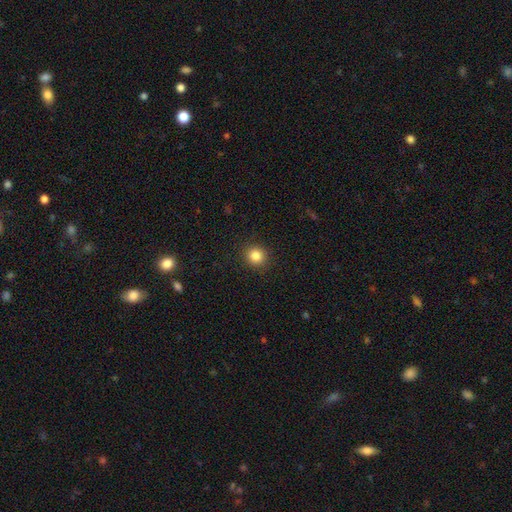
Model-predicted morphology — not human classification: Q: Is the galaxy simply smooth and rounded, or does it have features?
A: smooth — 84%.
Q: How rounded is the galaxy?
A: round — 88%.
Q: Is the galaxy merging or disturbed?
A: none — 91%.